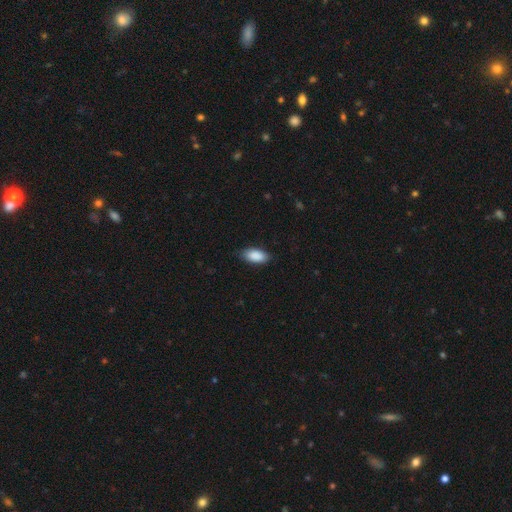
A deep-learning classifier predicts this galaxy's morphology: smooth-or-featured: smooth: 90% | star or artifact: 6% | featured or disk: 4%
  how-rounded: in between: 92% | cigar-shaped: 5% | round: 3%
  merging: none: 81% | minor disturbance: 15% | major disturbance: 3% | merger: 1%